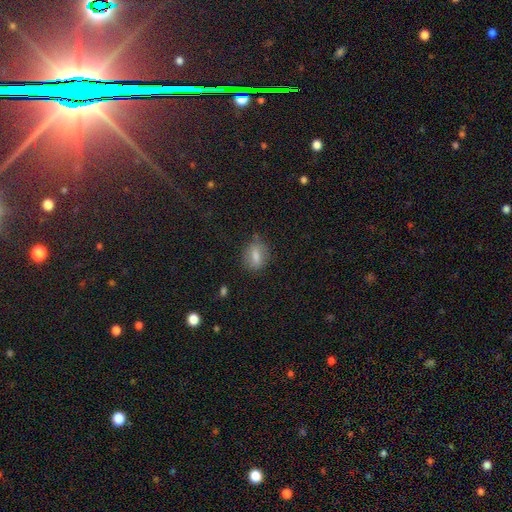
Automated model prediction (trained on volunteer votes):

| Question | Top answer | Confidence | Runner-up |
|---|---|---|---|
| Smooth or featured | smooth | 76% | featured or disk (14%) |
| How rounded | in between | 63% | round (33%) |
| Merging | none | 76% | minor disturbance (17%) |